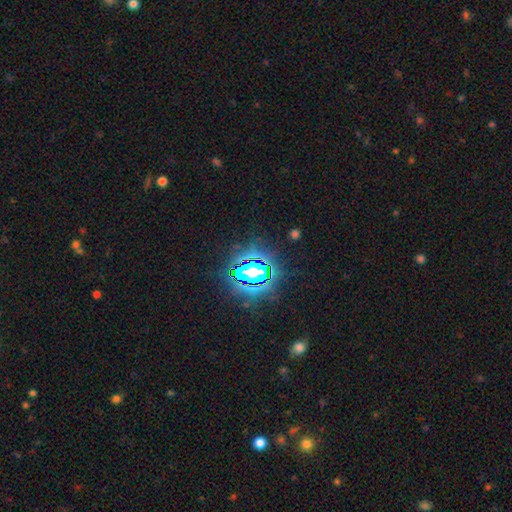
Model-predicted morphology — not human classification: Smooth or featured?
  - star or artifact: 81% *
  - smooth: 12%
  - featured or disk: 7%